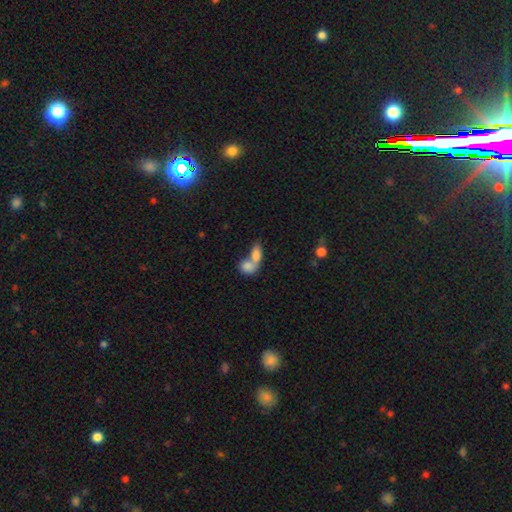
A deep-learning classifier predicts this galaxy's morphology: Smooth or featured? smooth (81%)
How rounded? in between (82%)
Merging? merger (72%)